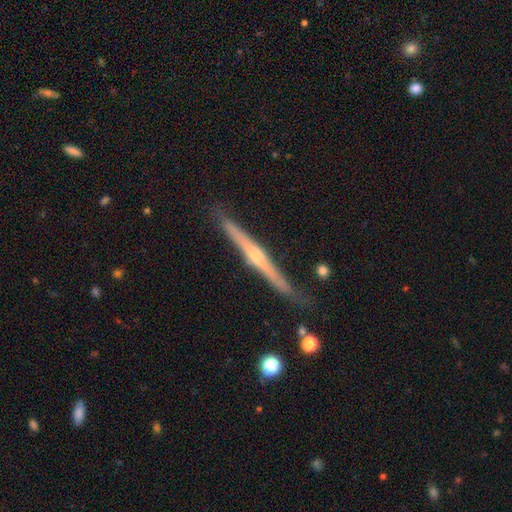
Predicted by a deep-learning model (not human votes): Overall: featured or disk (77%). Edge-on disk: yes (98%). Edge-on bulge: rounded (73%). Merging: none (83%).